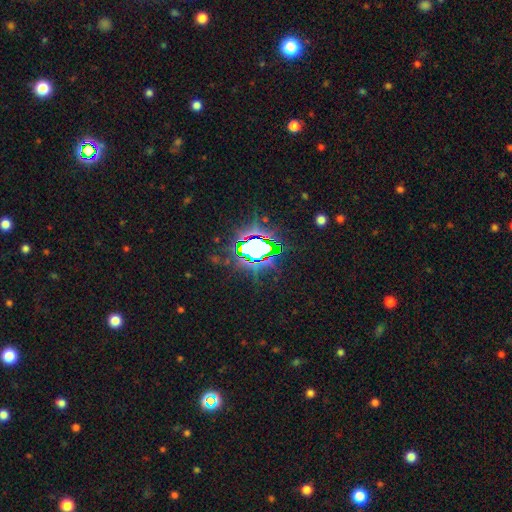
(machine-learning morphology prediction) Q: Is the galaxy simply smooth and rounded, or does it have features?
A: star or artifact — 72%.